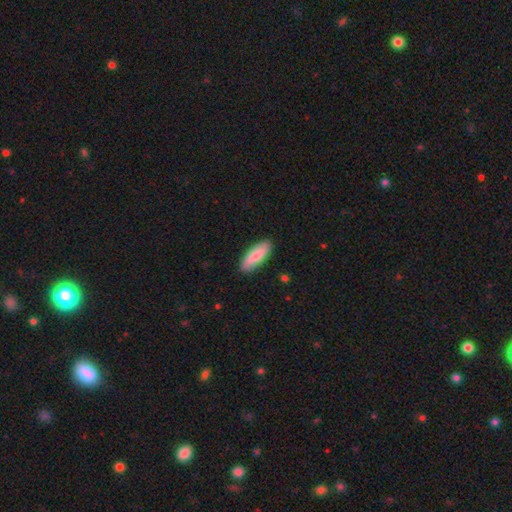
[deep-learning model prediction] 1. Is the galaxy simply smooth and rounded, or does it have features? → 82% smooth, 12% featured or disk, 5% star or artifact.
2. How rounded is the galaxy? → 58% in between, 40% cigar-shaped, 2% round.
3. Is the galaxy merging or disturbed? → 88% none, 9% minor disturbance, 2% major disturbance, 1% merger.